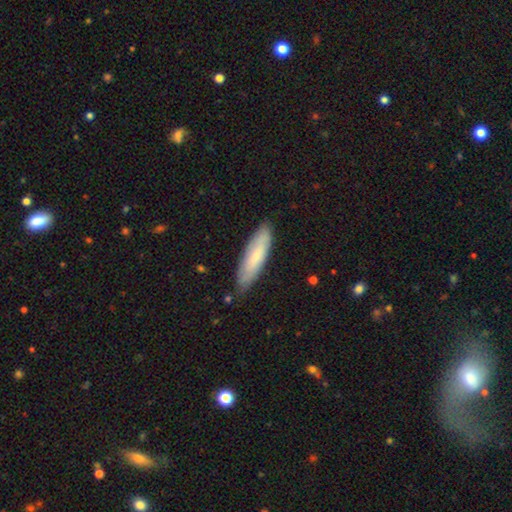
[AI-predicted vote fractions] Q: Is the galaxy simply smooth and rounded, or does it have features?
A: smooth — 72%.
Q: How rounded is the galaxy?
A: cigar-shaped — 66%.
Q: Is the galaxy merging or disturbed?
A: none — 83%.